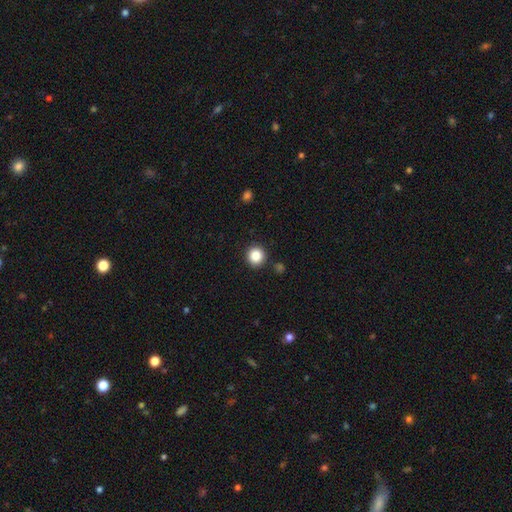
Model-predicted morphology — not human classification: Smooth or featured? smooth (86%)
How rounded? round (93%)
Merging? none (90%)